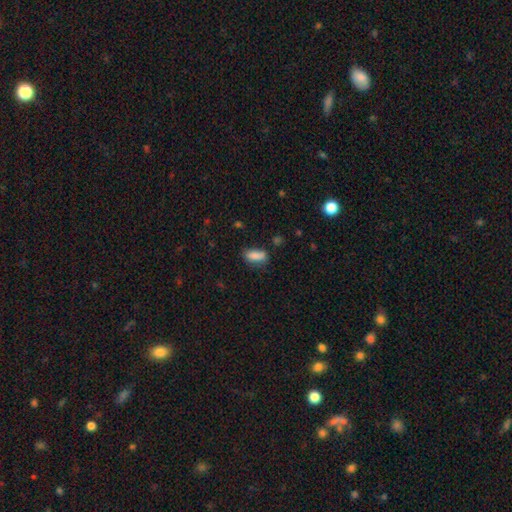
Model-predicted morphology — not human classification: A smooth galaxy with no disk features (86%) that is in between round and cigar-shaped (77%). Merging: none (69%).